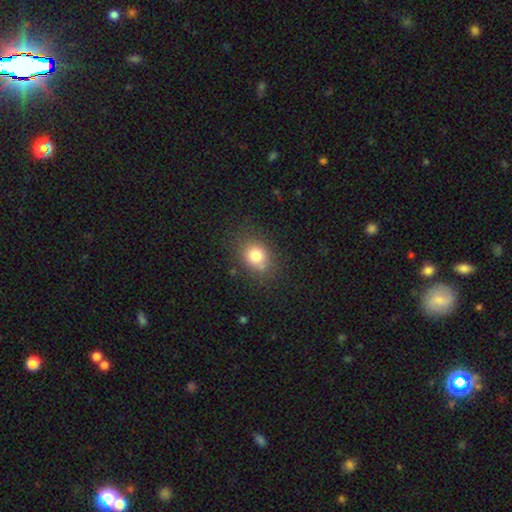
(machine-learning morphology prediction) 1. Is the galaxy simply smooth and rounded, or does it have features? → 78% smooth, 12% star or artifact, 10% featured or disk.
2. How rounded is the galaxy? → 60% round, 39% in between, 1% cigar-shaped.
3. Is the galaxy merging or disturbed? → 72% none, 16% minor disturbance, 6% merger, 5% major disturbance.